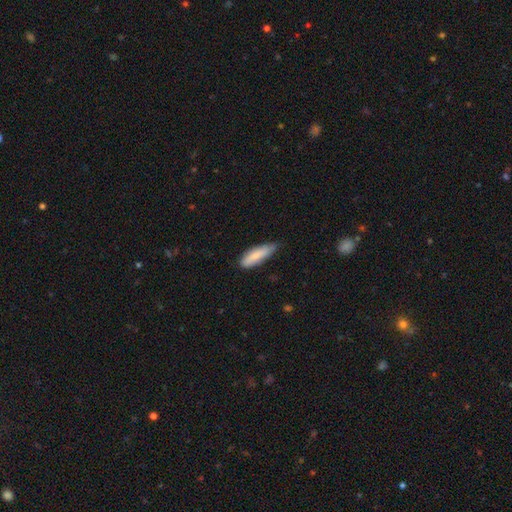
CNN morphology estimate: The model was most divided on "how rounded": in between: 54%, cigar-shaped: 45%, round: 2%. More confident: smooth or featured — smooth (80%); merging — none (58%).